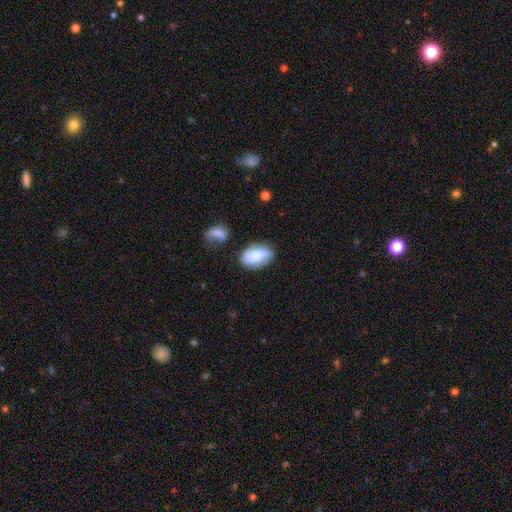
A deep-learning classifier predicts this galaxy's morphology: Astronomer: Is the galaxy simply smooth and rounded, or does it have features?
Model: smooth — 64%.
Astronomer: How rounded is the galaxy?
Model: in between — 88%.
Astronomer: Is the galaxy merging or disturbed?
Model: none — 68%.